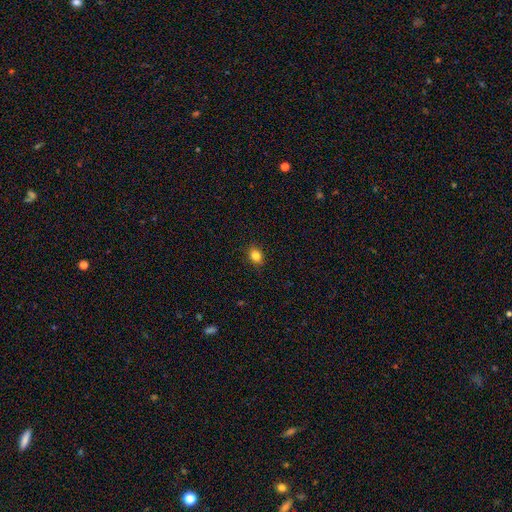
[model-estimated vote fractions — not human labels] Smooth or featured?
  - smooth: 83% *
  - star or artifact: 11%
  - featured or disk: 6%
How rounded?
  - in between: 56% *
  - round: 42%
  - cigar-shaped: 1%
Merging?
  - none: 87% *
  - minor disturbance: 10%
  - major disturbance: 2%
  - merger: 1%